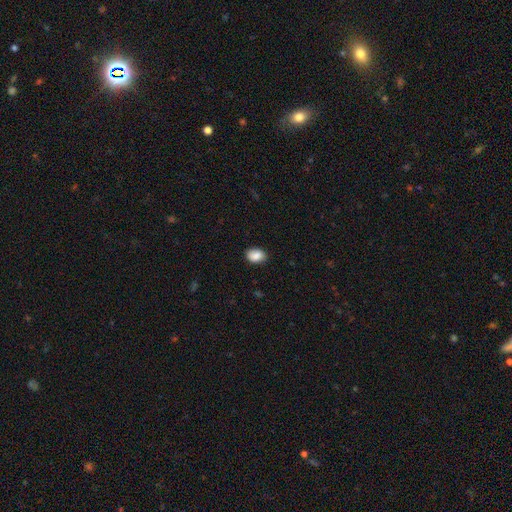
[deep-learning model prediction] Q: Smooth or featured?
A: smooth (87%); runner-up: star or artifact (7%)
Q: How rounded?
A: in between (78%); runner-up: round (21%)
Q: Merging?
A: none (85%); runner-up: minor disturbance (12%)